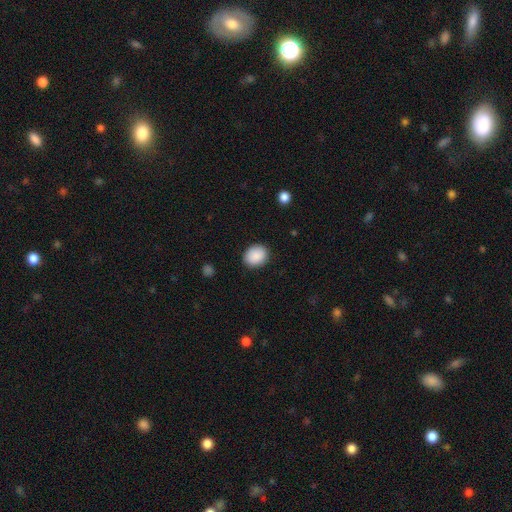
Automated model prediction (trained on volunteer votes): Smooth or featured?
  - smooth: 89% *
  - star or artifact: 7%
  - featured or disk: 3%
How rounded?
  - round: 55% *
  - in between: 44%
  - cigar-shaped: 1%
Merging?
  - none: 88% *
  - minor disturbance: 9%
  - major disturbance: 2%
  - merger: 1%